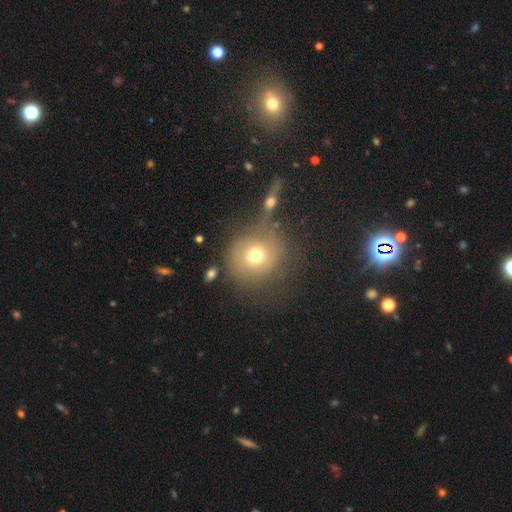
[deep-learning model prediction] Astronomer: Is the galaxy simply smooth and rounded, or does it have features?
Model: smooth — 69%.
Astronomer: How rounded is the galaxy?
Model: round — 88%.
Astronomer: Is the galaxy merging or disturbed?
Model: none — 59%.